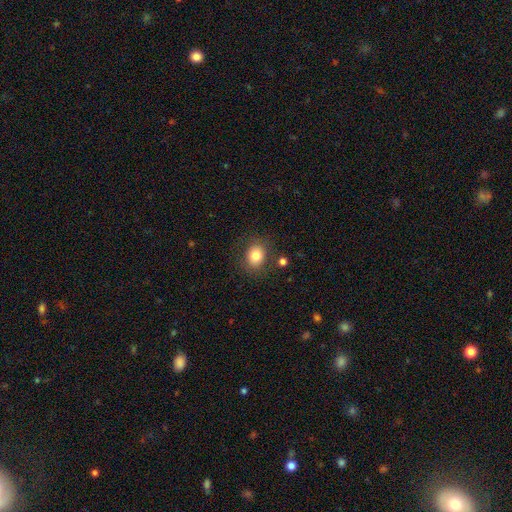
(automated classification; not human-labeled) Morphology: type=smooth (82%); roundness=round (59%); merging=none (82%).